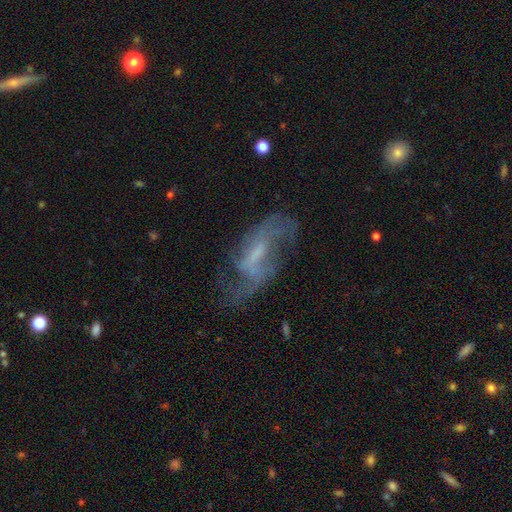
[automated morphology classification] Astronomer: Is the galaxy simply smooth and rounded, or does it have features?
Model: featured or disk — 73%.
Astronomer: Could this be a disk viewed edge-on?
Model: no — 92%.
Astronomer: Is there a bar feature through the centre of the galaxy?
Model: weak — 49% (runner-up: no, 29%).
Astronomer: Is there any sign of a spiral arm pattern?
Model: yes — 80%.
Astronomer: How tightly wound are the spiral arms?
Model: loose — 48% (runner-up: medium, 37%).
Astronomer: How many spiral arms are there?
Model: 2 — 53%.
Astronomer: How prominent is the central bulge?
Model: small — 38% (runner-up: none, 32%).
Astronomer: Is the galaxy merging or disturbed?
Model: none — 48% (runner-up: major disturbance, 27%).